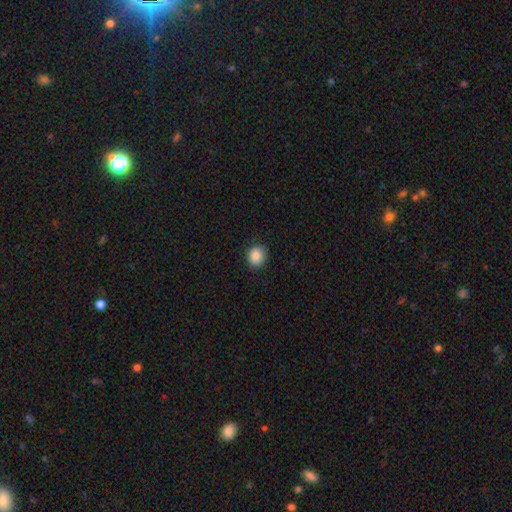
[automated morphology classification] This appears to be a smooth galaxy with no disk features (87%) that is round (82%). Merging: none (88%).